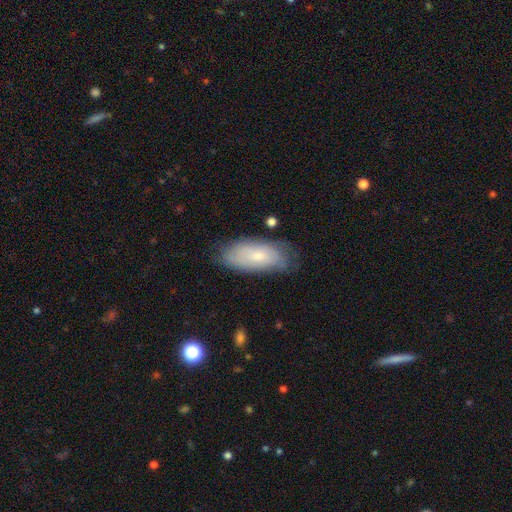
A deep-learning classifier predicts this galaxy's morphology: smooth-or-featured: smooth: 58% | featured or disk: 35% | star or artifact: 7%
  how-rounded: in between: 87% | cigar-shaped: 11% | round: 2%
  merging: none: 70% | minor disturbance: 23% | major disturbance: 5% | merger: 2%